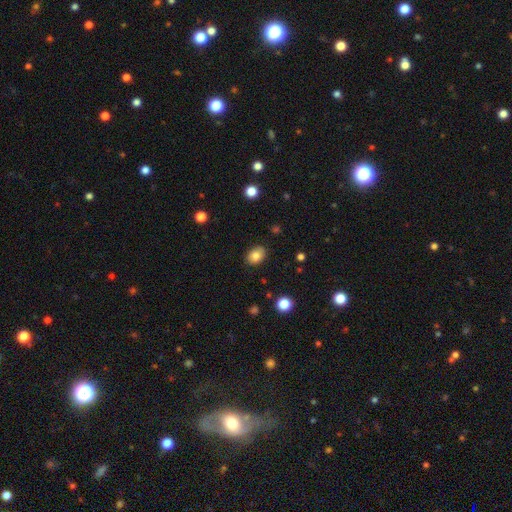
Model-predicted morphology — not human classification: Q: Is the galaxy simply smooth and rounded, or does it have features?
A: smooth — 83%.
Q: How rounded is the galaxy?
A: in between — 68%.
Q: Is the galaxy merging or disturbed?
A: none — 87%.